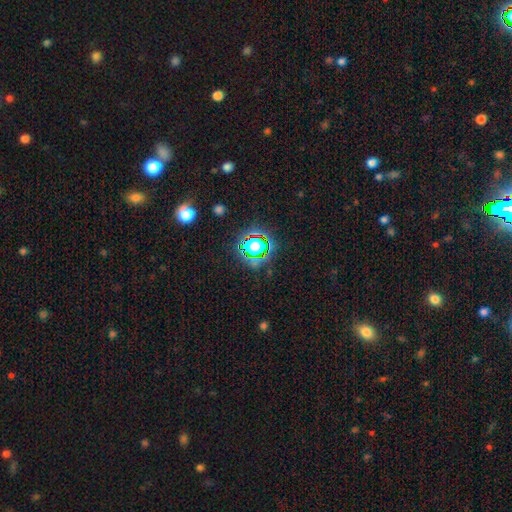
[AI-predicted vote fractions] This appears to be a star or artifact, not a galaxy (77%).